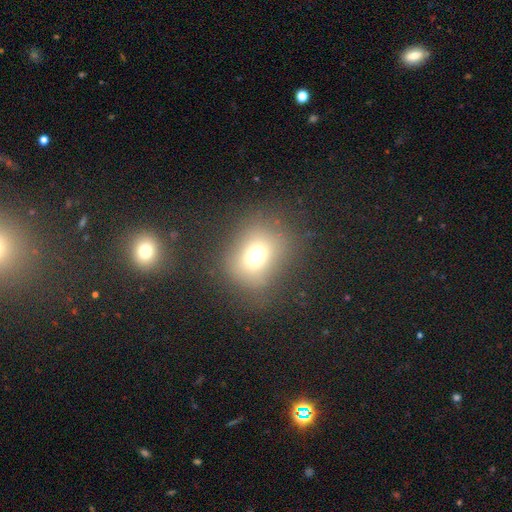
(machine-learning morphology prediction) A smooth galaxy with no disk features (69%) that is round (60%).

Vote fractions:
- Smooth or featured? smooth: 69% / star or artifact: 19% / featured or disk: 13%
- How rounded? round: 60% / in between: 39% / cigar-shaped: 1%
- Merging? none: 73% / minor disturbance: 15% / major disturbance: 10% / merger: 2%